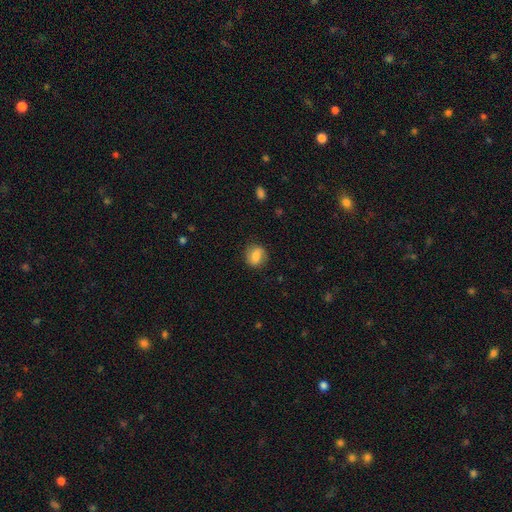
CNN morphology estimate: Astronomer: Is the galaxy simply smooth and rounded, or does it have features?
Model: smooth — 77%.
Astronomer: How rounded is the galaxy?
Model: round — 57% (runner-up: in between, 41%).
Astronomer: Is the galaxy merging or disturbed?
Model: none — 77%.